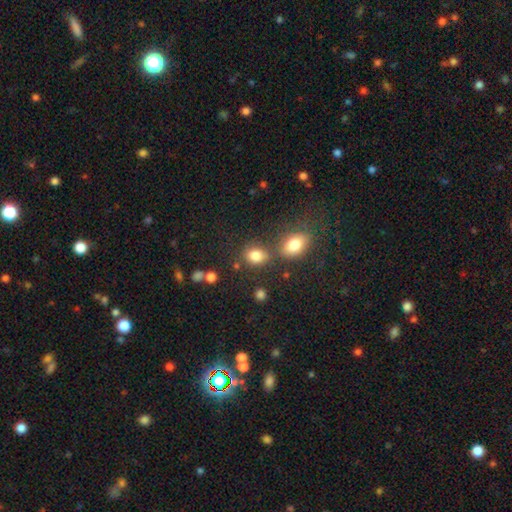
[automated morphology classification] A smooth galaxy with no disk features (82%) that is in between round and cigar-shaped (55%).

Vote fractions:
- Smooth or featured? smooth: 82% / star or artifact: 12% / featured or disk: 7%
- How rounded? in between: 55% / round: 43% / cigar-shaped: 1%
- Merging? none: 58% / merger: 22% / minor disturbance: 14% / major disturbance: 6%